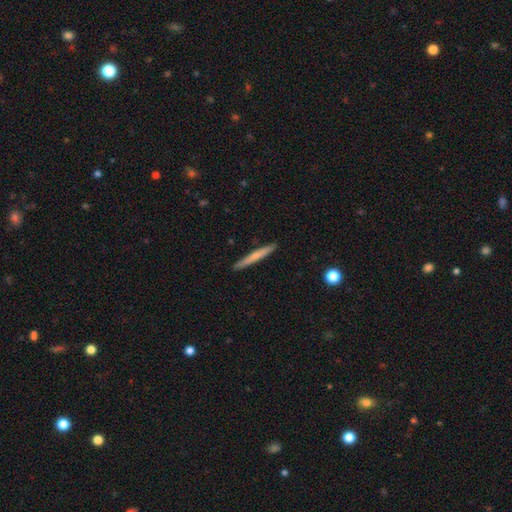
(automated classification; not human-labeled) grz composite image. It shows a smooth galaxy with no disk features (56%) that is cigar-shaped (96%). Merging: none (91%).